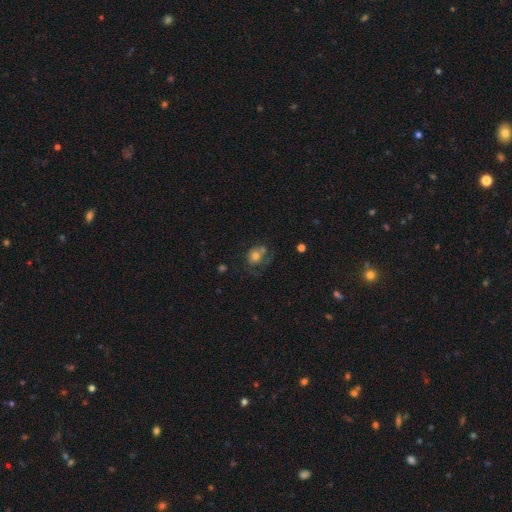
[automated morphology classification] A smooth galaxy with no disk features (61%) that is round (61%). Merging: none (35%).